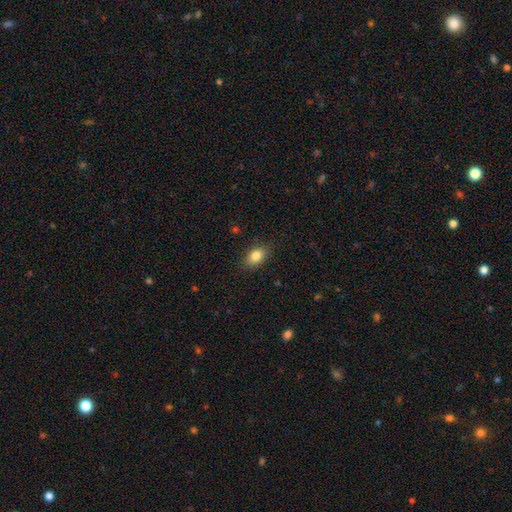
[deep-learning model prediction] smooth-or-featured: smooth: 84% | star or artifact: 9% | featured or disk: 8%
  how-rounded: in between: 85% | round: 13% | cigar-shaped: 2%
  merging: none: 85% | minor disturbance: 11% | major disturbance: 3% | merger: 1%